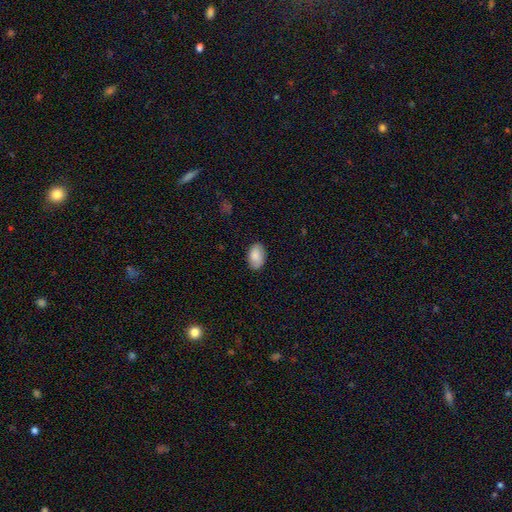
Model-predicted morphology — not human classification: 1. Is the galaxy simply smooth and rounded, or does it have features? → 87% smooth, 7% featured or disk, 6% star or artifact.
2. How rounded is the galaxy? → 92% in between, 6% round, 1% cigar-shaped.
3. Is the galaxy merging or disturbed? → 86% none, 11% minor disturbance, 2% major disturbance, 1% merger.